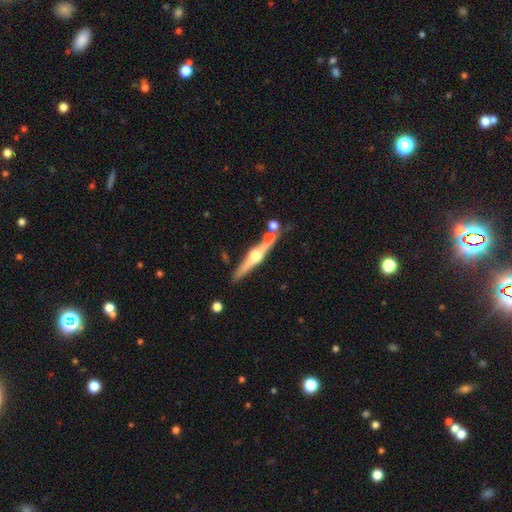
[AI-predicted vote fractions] Overall: featured or disk (76%). Edge-on disk: yes (97%). Edge-on bulge: rounded (94%). Merging: none (74%).